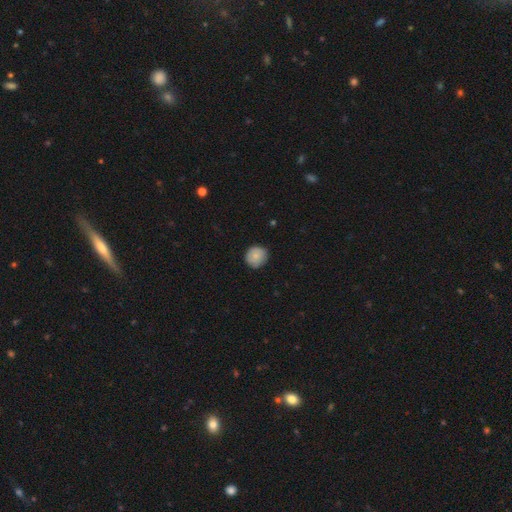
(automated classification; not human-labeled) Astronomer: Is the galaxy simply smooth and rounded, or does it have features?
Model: smooth — 82%.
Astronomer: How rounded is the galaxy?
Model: round — 91%.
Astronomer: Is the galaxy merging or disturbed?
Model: none — 85%.